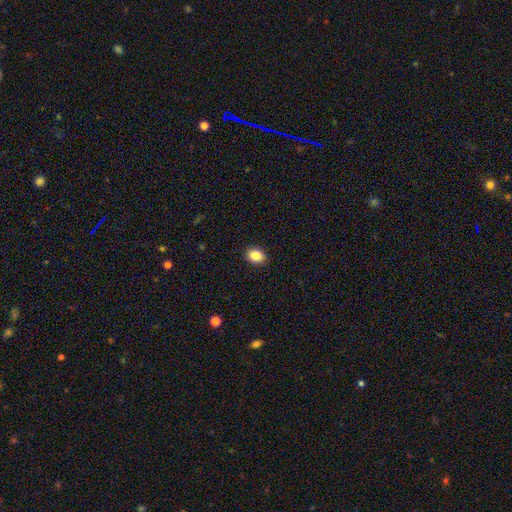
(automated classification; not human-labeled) A smooth galaxy with no disk features (86%) that is in between round and cigar-shaped (61%). Merging: none (91%).